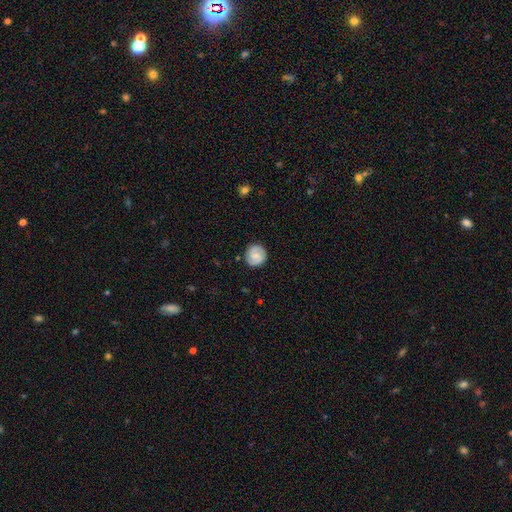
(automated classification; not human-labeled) Q: Smooth or featured?
A: featured or disk (53%); runner-up: smooth (40%)
Q: Edge-on disk?
A: no (98%); runner-up: yes (2%)
Q: Bar?
A: weak (50%); runner-up: no (38%)
Q: Spiral arms?
A: yes (89%); runner-up: no (11%)
Q: Bulge size?
A: small (45%); runner-up: moderate (29%)
Q: Merging?
A: none (86%); runner-up: minor disturbance (10%)